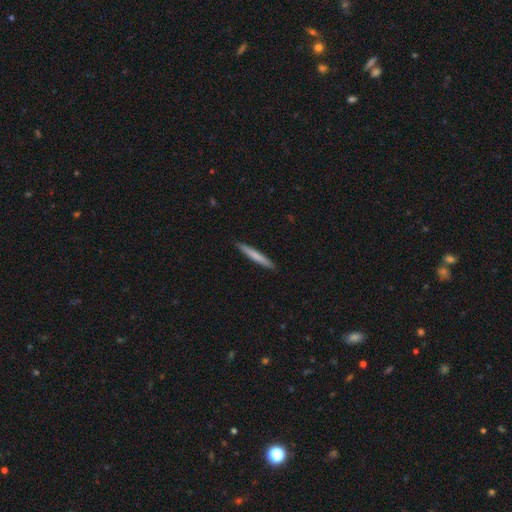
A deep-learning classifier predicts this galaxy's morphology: type=smooth (72%); roundness=cigar-shaped (96%); merging=none (92%).